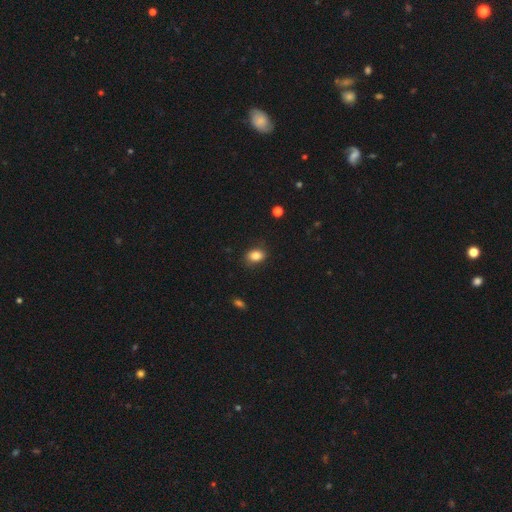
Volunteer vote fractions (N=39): smooth_or_featured: smooth (p=0.87) [alt: star or artifact p=0.08]
how_rounded: in between (p=0.68) [alt: round p=0.32]
merging: none (p=0.83) [alt: minor disturbance p=0.14]